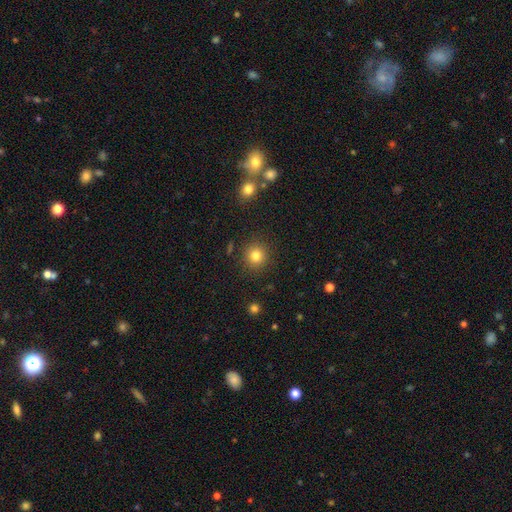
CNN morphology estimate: The model was most divided on "smooth or featured": smooth: 82%, star or artifact: 12%, featured or disk: 6%. More confident: how rounded — round (92%); merging — none (89%).